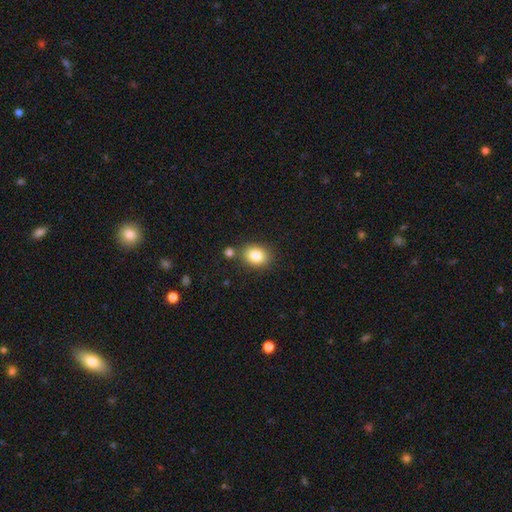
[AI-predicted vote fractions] Smooth or featured?
  - smooth: 84% *
  - star or artifact: 9%
  - featured or disk: 7%
How rounded?
  - in between: 54% *
  - round: 45%
  - cigar-shaped: 1%
Merging?
  - none: 78% *
  - minor disturbance: 11%
  - merger: 9%
  - major disturbance: 3%